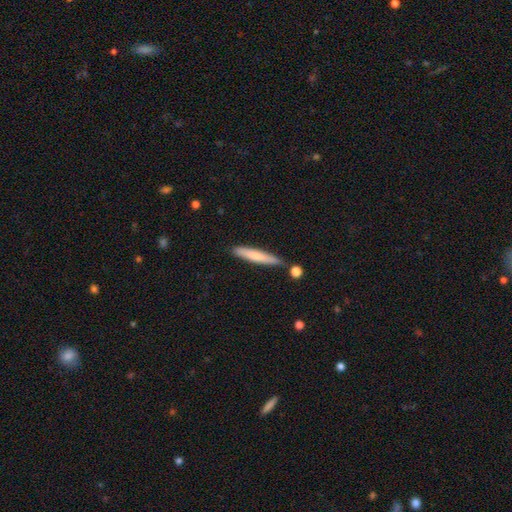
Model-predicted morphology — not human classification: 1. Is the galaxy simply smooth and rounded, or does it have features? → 70% smooth, 25% featured or disk, 6% star or artifact.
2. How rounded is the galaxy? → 93% cigar-shaped, 6% in between, 1% round.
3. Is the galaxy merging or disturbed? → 75% none, 15% minor disturbance, 6% merger, 3% major disturbance.